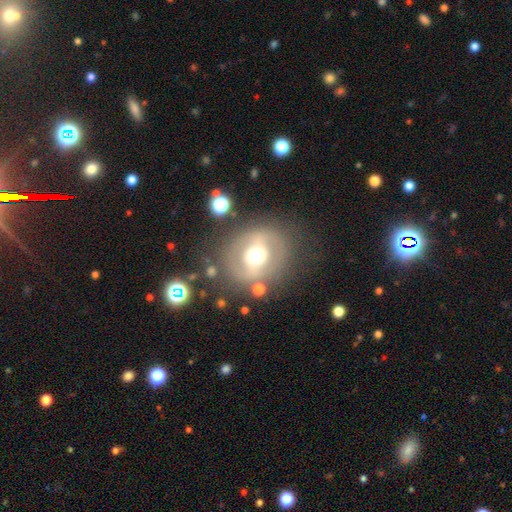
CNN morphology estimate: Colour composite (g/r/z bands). It shows a featured or disk galaxy (55%) with a strong bar (36%), no spiral arms (72%) and a moderate central bulge (62%). Merging: none (74%).